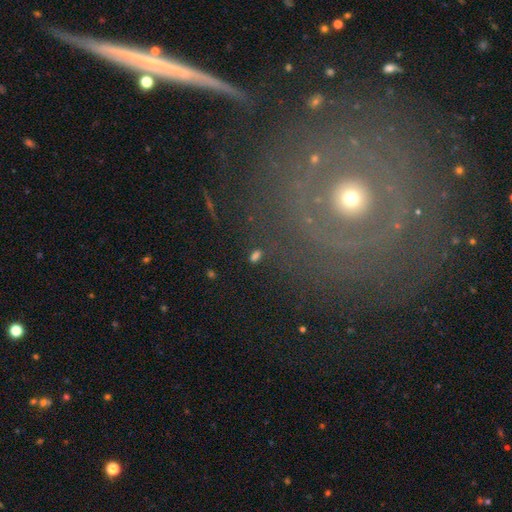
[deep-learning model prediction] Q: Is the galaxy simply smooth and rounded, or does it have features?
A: smooth — 48%.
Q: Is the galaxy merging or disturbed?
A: none — 77%.